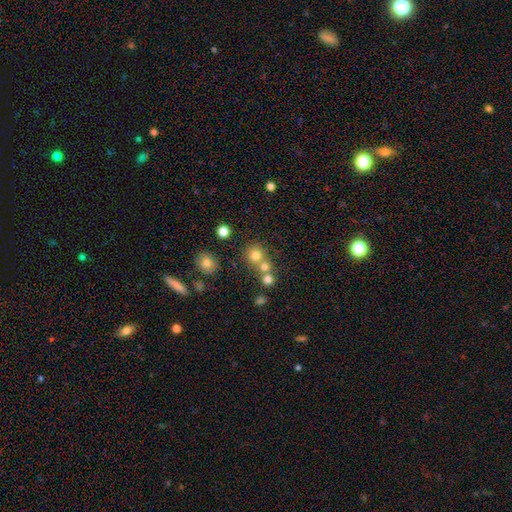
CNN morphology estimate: The model was most divided on "merging": none: 57%, merger: 34%, minor disturbance: 7%, major disturbance: 3%. More confident: how rounded — round (88%); smooth or featured — smooth (73%).